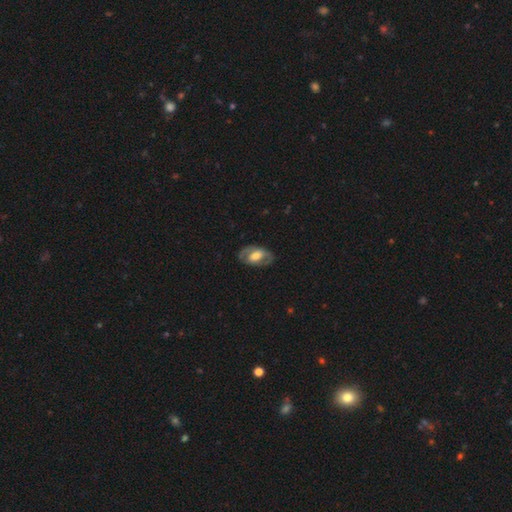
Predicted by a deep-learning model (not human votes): Smooth or featured? Predicted: featured or disk (p=0.55). Edge-on disk? Predicted: no (p=0.92). Bar? Predicted: no (p=0.46). Spiral arms? Predicted: no (p=0.56). Bulge size? Predicted: moderate (p=0.51). Merging? Predicted: none (p=0.77).